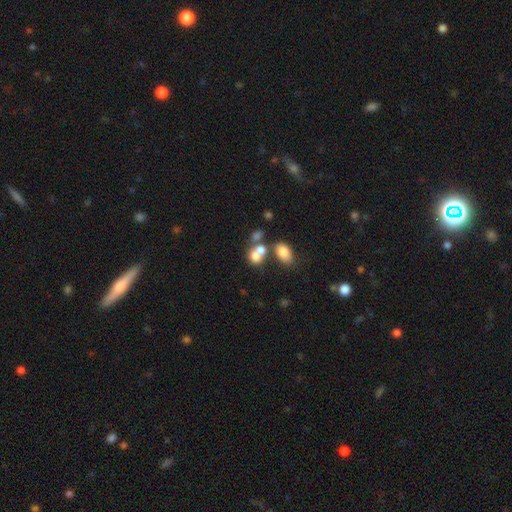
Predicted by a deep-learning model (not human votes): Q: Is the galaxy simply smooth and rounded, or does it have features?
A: smooth — 70%.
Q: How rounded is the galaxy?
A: in between — 57%.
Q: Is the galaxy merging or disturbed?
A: merger — 56%.